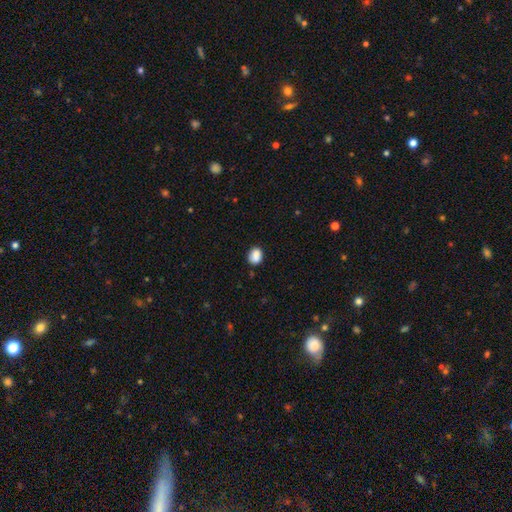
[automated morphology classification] smooth-or-featured: smooth: 86% | star or artifact: 9% | featured or disk: 5%
  how-rounded: in between: 51% | round: 48% | cigar-shaped: 1%
  merging: none: 75% | minor disturbance: 16% | merger: 5% | major disturbance: 4%